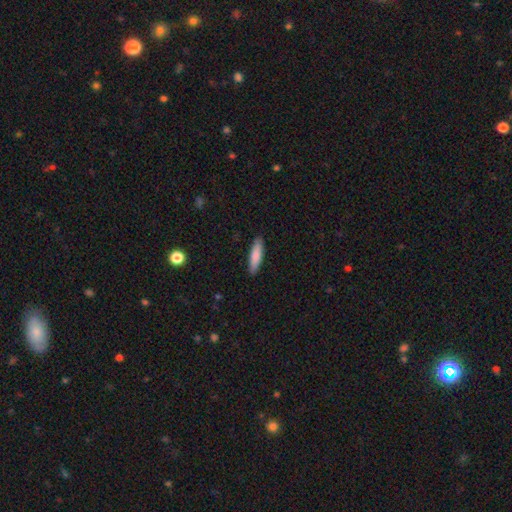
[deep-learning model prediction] Smooth or featured?
  - smooth: 82% *
  - featured or disk: 12%
  - star or artifact: 6%
How rounded?
  - cigar-shaped: 70% *
  - in between: 28%
  - round: 1%
Merging?
  - none: 89% *
  - minor disturbance: 8%
  - major disturbance: 2%
  - merger: 1%